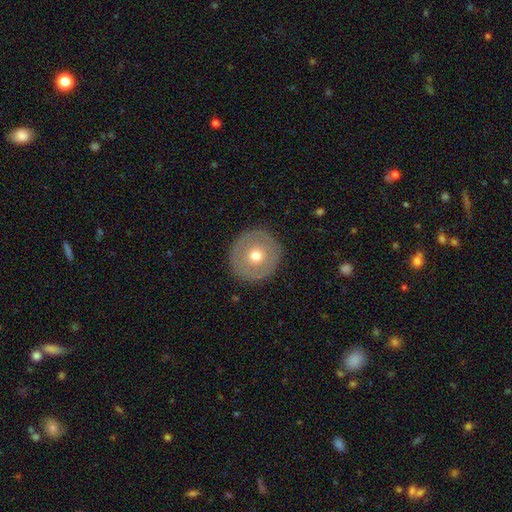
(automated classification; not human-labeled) Overall: smooth (55%; featured or disk 38%). How rounded: round (94%). Merging: none (90%).